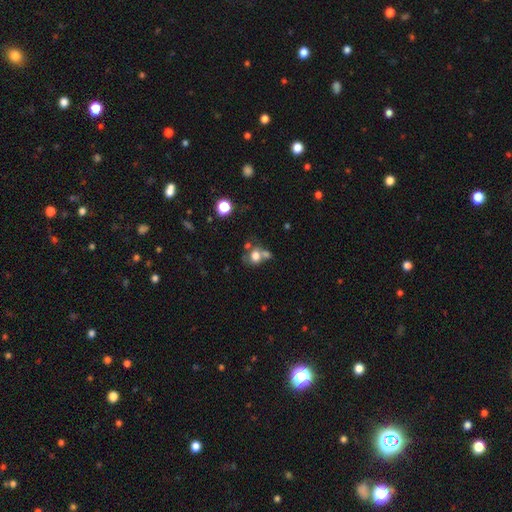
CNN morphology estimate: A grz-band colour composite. It shows a smooth galaxy with no disk features (70%) that is round (60%). Merging: merger (39%).